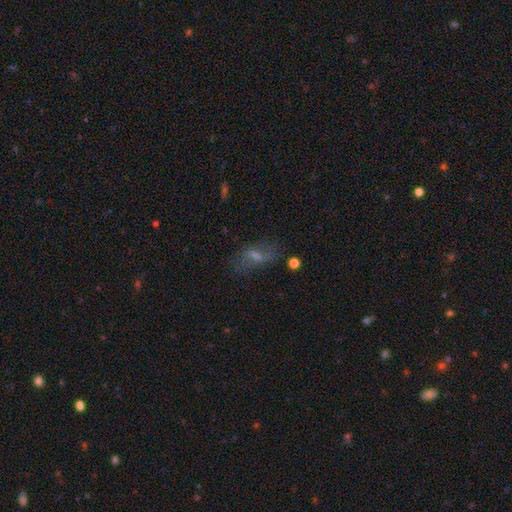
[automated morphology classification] This appears to be a smooth galaxy with no disk features (40%). Merging: none (62%).